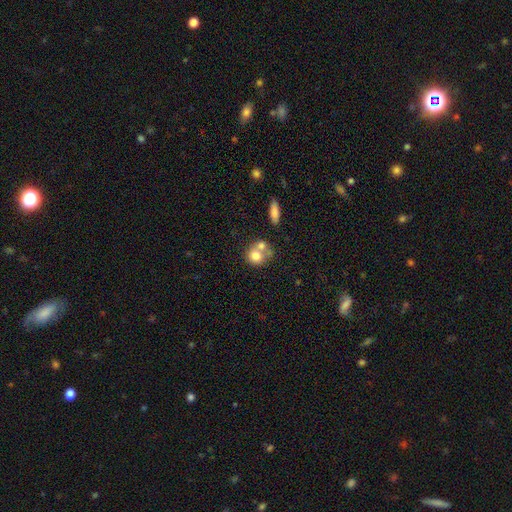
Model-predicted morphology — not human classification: Q: Smooth or featured?
A: smooth (72%); runner-up: featured or disk (19%)
Q: How rounded?
A: round (74%); runner-up: in between (25%)
Q: Merging?
A: merger (55%); runner-up: none (31%)